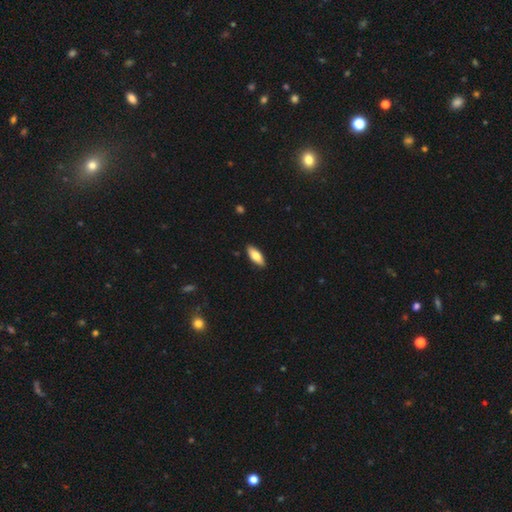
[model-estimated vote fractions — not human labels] A smooth galaxy with no disk features (76%) that is in between round and cigar-shaped (75%). Merging: none (89%).